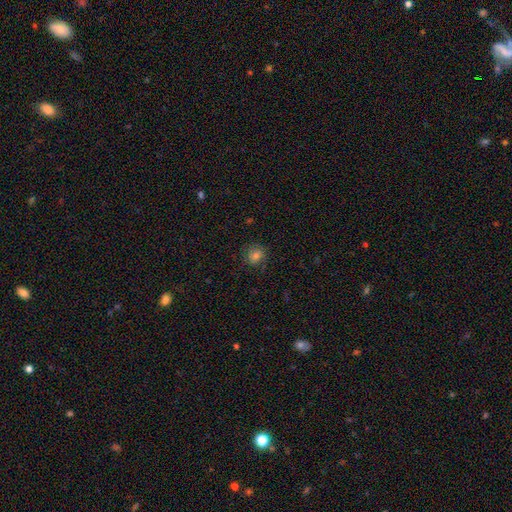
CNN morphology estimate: A smooth galaxy with no disk features (68%) that is round (82%).

Vote fractions:
- Smooth or featured? smooth: 68% / featured or disk: 20% / star or artifact: 12%
- How rounded? round: 82% / in between: 18% / cigar-shaped: 1%
- Merging? none: 76% / minor disturbance: 16% / major disturbance: 7% / merger: 1%